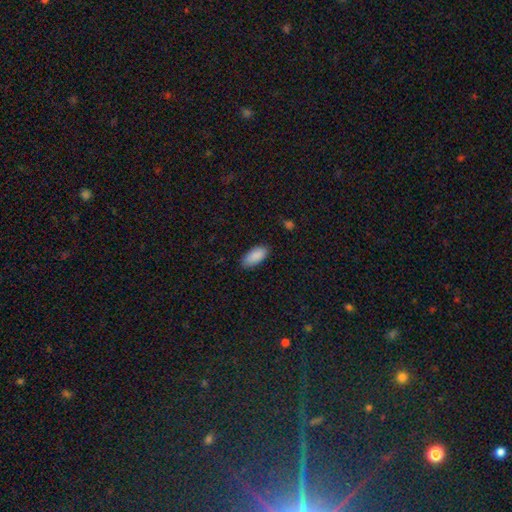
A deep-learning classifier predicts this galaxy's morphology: Smooth or featured? smooth (90%)
How rounded? in between (90%)
Merging? none (85%)